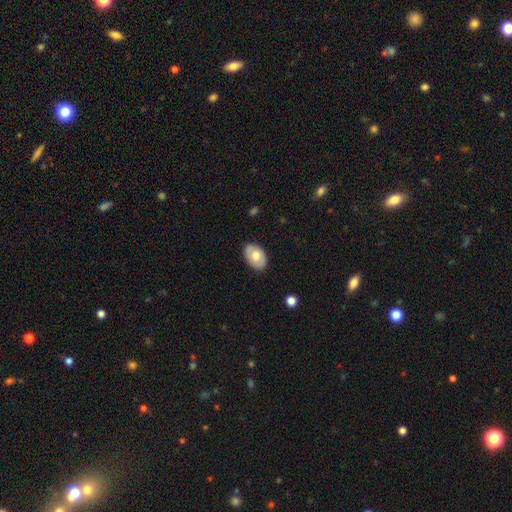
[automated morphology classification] smooth-or-featured: smooth: 63% | featured or disk: 31% | star or artifact: 6%
  how-rounded: in between: 86% | round: 13% | cigar-shaped: 1%
  merging: none: 84% | minor disturbance: 12% | major disturbance: 2% | merger: 1%